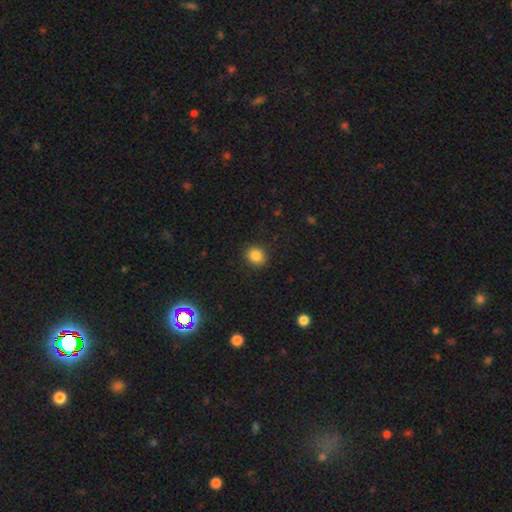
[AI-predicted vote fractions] This appears to be a smooth galaxy with no disk features (85%) that is round (78%). Merging: none (90%).